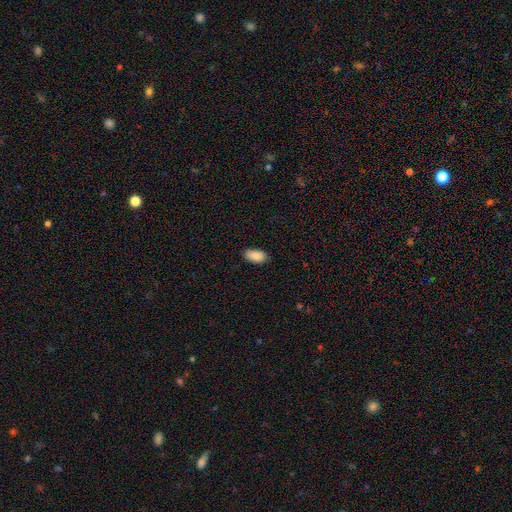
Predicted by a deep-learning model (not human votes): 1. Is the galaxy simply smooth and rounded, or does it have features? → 90% smooth, 7% star or artifact, 3% featured or disk.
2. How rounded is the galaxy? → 94% in between, 3% round, 3% cigar-shaped.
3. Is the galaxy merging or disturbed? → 86% none, 11% minor disturbance, 2% major disturbance, 1% merger.